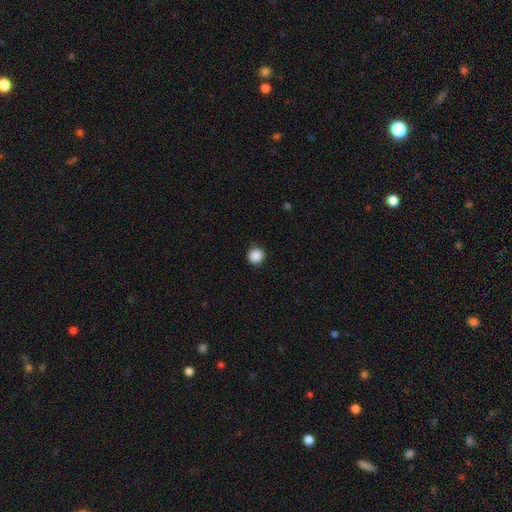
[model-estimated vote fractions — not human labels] Smooth or featured? Predicted: smooth (p=0.88). How rounded? Predicted: round (p=0.95). Merging? Predicted: none (p=0.91).